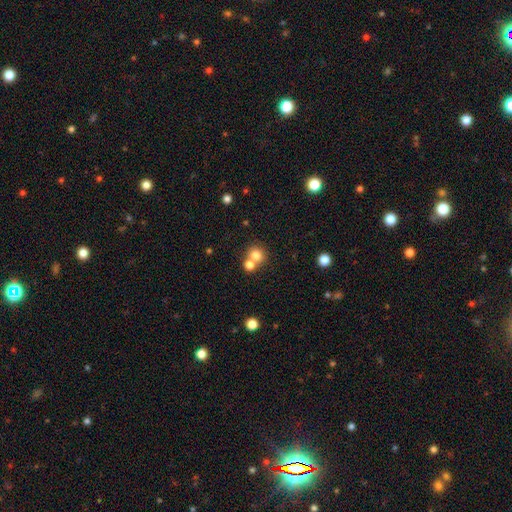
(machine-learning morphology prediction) type=smooth (77%); roundness=round (86%); merging=none (48%).